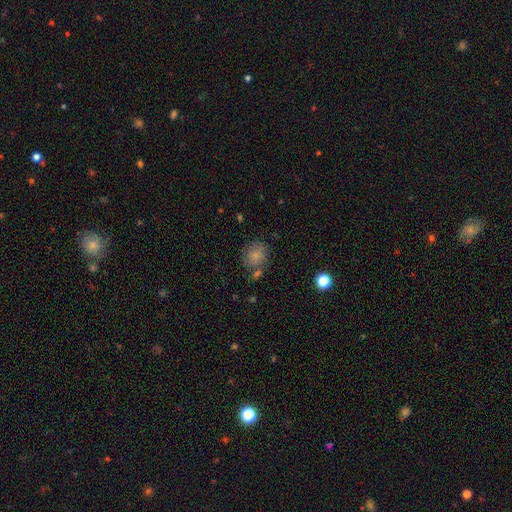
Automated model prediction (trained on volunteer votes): This appears to be a smooth galaxy with no disk features (81%) that is round (68%). Merging: none (66%).